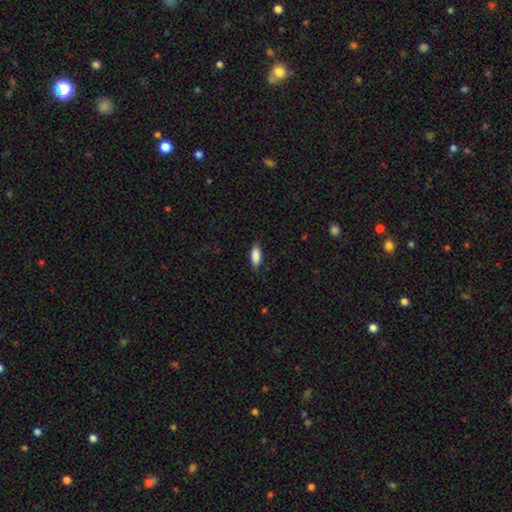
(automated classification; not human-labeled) Smooth or featured? Predicted: smooth (p=0.88). How rounded? Predicted: in between (p=0.76). Merging? Predicted: none (p=0.85).